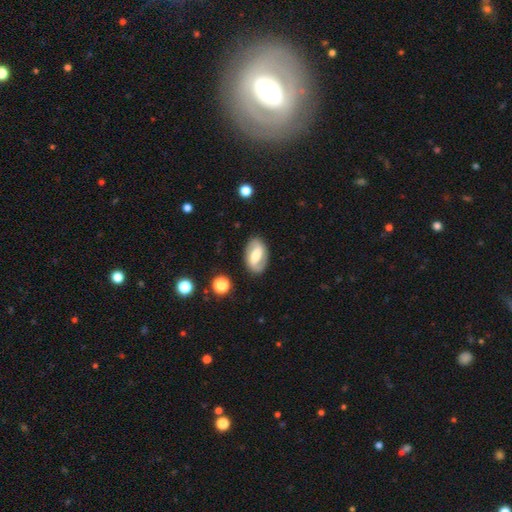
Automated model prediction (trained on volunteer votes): smooth_or_featured: featured or disk (p=0.65) [alt: smooth p=0.29]
disk_edge_on: no (p=0.95) [alt: yes p=0.05]
bar: weak (p=0.41) [alt: strong p=0.40]
has_spiral_arms: yes (p=0.82) [alt: no p=0.18]
spiral_winding: loose (p=0.39) [tied with: medium p=0.39]
spiral_arm_count: 2 (p=0.87) [alt: can't tell p=0.07]
bulge_size: moderate (p=0.52) [alt: small p=0.23]
merging: none (p=0.84) [alt: minor disturbance p=0.11]